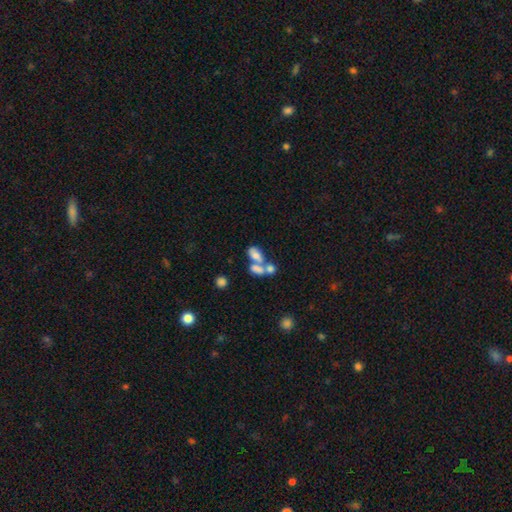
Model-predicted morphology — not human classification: This appears to be a smooth galaxy with no disk features (63%) that is in between round and cigar-shaped (82%). Merging: merger (62%).